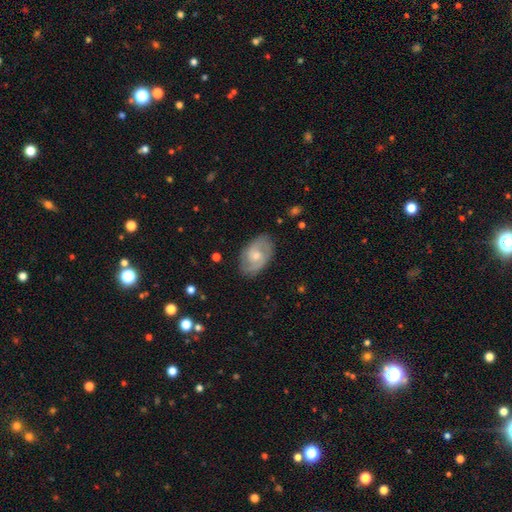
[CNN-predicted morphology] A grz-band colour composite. It shows a featured or disk galaxy (70%) with no bar (56%), 2 (77%) medium (47%) spiral arms (89%) and a moderate central bulge (52%). Merging: none (80%).